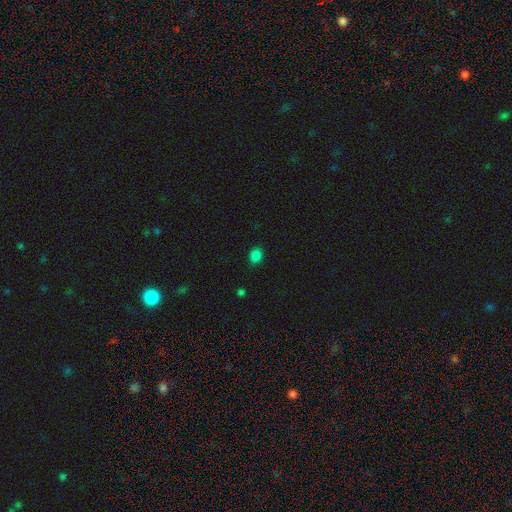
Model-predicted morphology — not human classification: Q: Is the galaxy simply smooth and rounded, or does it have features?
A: smooth — 83%.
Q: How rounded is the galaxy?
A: round — 55%.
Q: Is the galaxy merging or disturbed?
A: none — 86%.